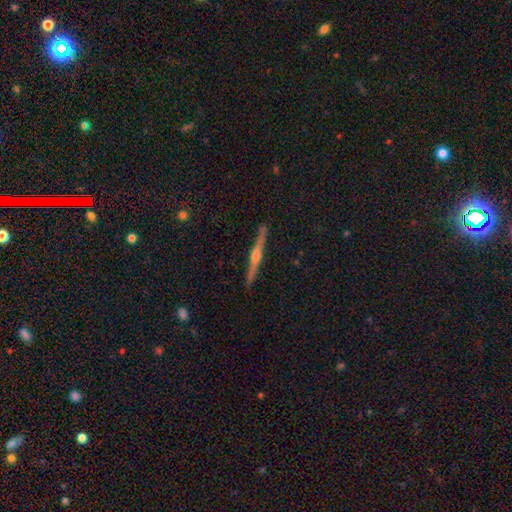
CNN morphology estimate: type=featured or disk (84%); edge-on=yes (99%); edge-on bulge=rounded (90%); merging=none (92%).